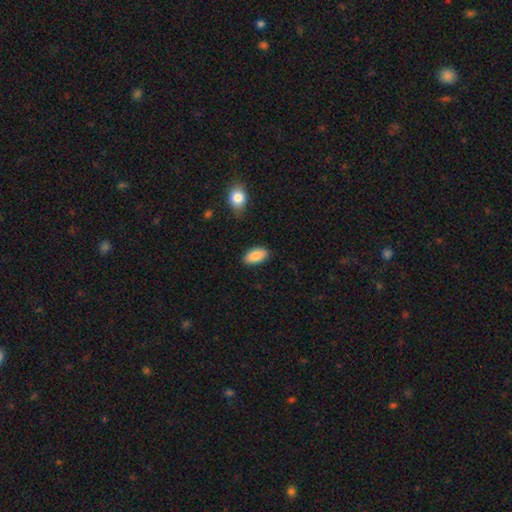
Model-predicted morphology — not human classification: Overall: smooth (88%). How rounded: in between (94%). Merging: none (85%).